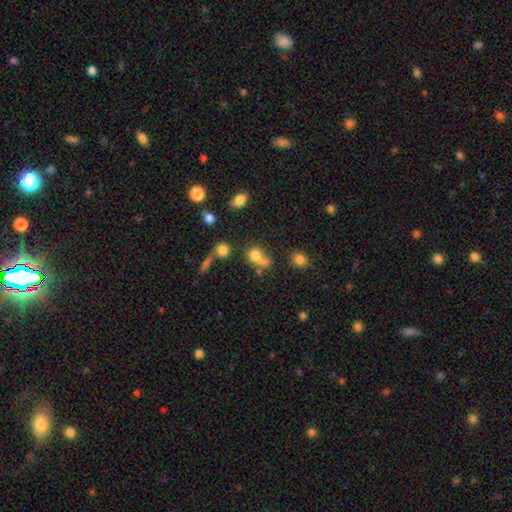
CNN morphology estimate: Smooth or featured: smooth — 74% (star or artifact — 14%)
How rounded: round — 72% (in between — 27%)
Merging: merger — 46% (none — 37%)